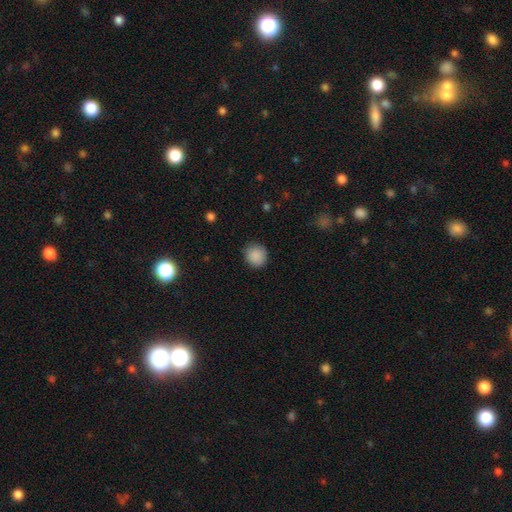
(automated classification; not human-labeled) smooth 89%, star or artifact 8%, featured or disk 3%. Down the decision tree: how rounded — round (87%); merging — none (87%).